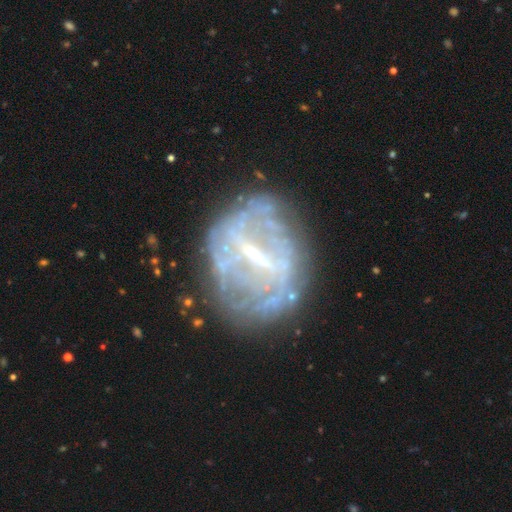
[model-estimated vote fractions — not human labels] Q: Smooth or featured?
A: featured or disk (78%); runner-up: smooth (12%)
Q: Edge-on disk?
A: no (94%); runner-up: yes (6%)
Q: Bar?
A: strong (55%); runner-up: weak (35%)
Q: Spiral arms?
A: yes (51%); runner-up: no (49%)
Q: Bulge size?
A: small (55%); runner-up: moderate (28%)
Q: Merging?
A: none (68%); runner-up: minor disturbance (17%)